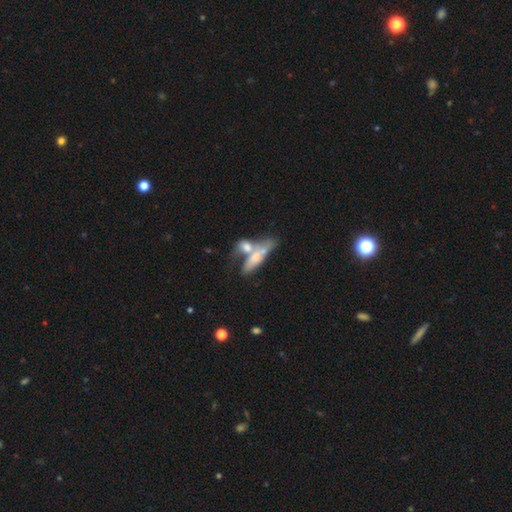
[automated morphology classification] type=smooth (56%); roundness=cigar-shaped (53%); merging=merger (54%).